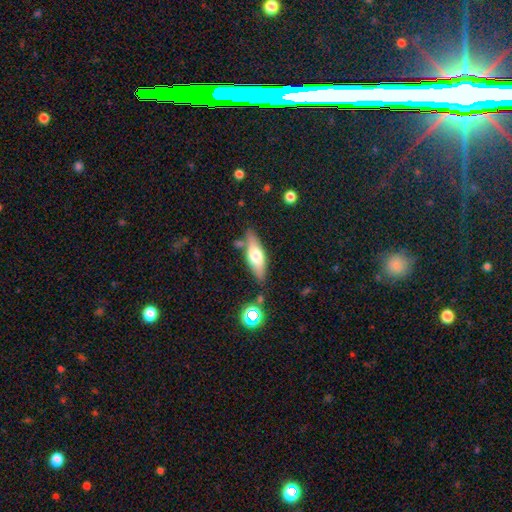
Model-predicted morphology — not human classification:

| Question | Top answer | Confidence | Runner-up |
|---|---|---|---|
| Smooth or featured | smooth | 54% | featured or disk (39%) |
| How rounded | in between | 53% | cigar-shaped (44%) |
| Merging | none | 75% | minor disturbance (15%) |